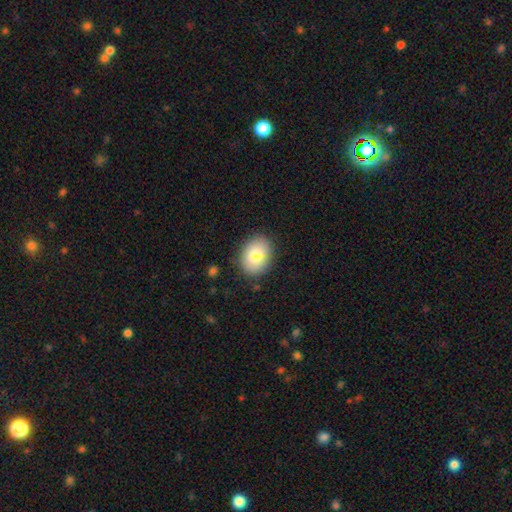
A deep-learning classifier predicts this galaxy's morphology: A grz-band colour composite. It shows a smooth galaxy with no disk features (85%) that is in between round and cigar-shaped (70%). Merging: none (84%).